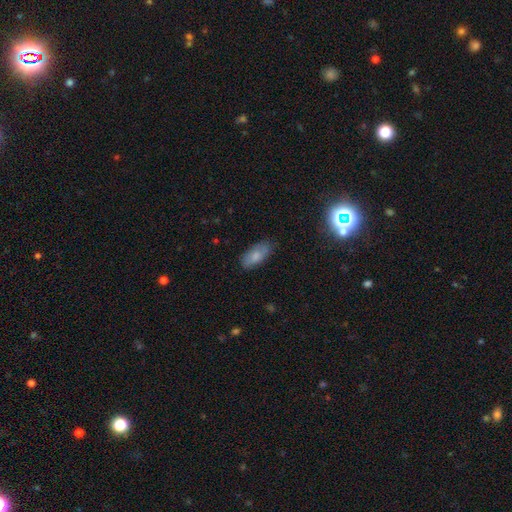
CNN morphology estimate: smooth_or_featured: smooth (p=0.79) [alt: featured or disk p=0.14]
how_rounded: in between (p=0.89) [alt: cigar-shaped p=0.09]
merging: none (p=0.79) [alt: minor disturbance p=0.17]